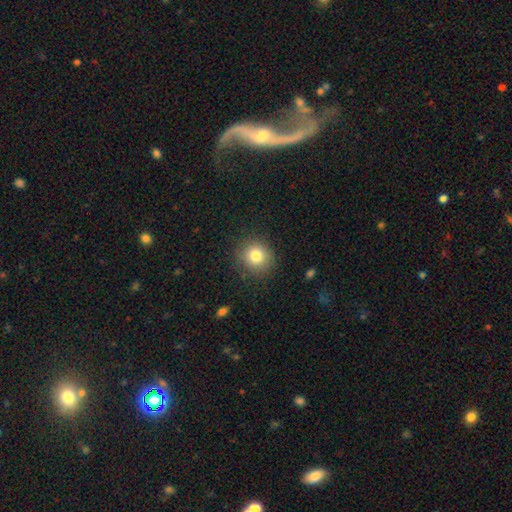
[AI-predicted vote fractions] smooth-or-featured: smooth: 80% | star or artifact: 12% | featured or disk: 8%
  how-rounded: round: 90% | in between: 9% | cigar-shaped: 1%
  merging: none: 87% | minor disturbance: 9% | major disturbance: 3% | merger: 1%